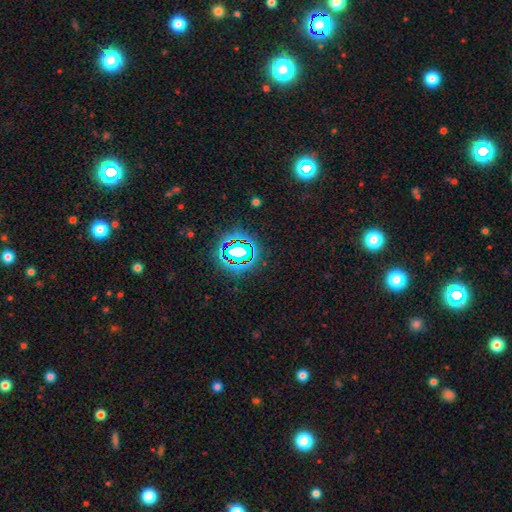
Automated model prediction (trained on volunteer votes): Smooth or featured? Predicted: star or artifact (p=0.78).